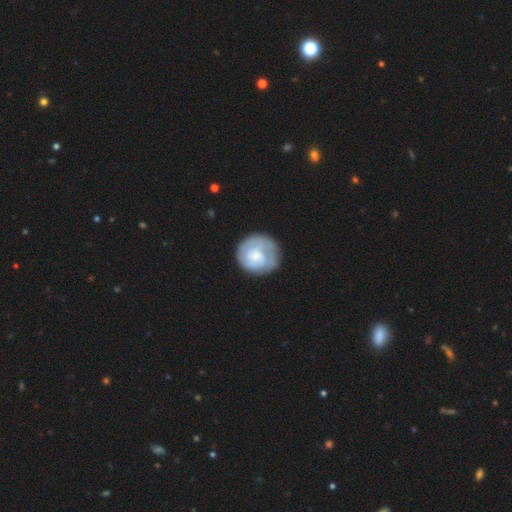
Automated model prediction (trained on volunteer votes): This is possibly a featured or disk galaxy (53%). It is clearly not viewed edge-on (98%). Bar: likely no (74%). Spiral arm pattern: likely yes (73%). Central bulge: marginally small (44%). Merging: likely none (68%).